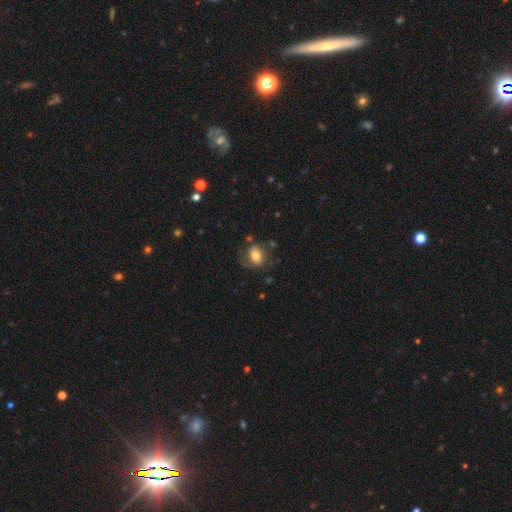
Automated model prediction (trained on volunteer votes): Q: Smooth or featured?
A: smooth (69%); runner-up: featured or disk (22%)
Q: How rounded?
A: in between (59%); runner-up: round (40%)
Q: Merging?
A: none (69%); runner-up: minor disturbance (19%)